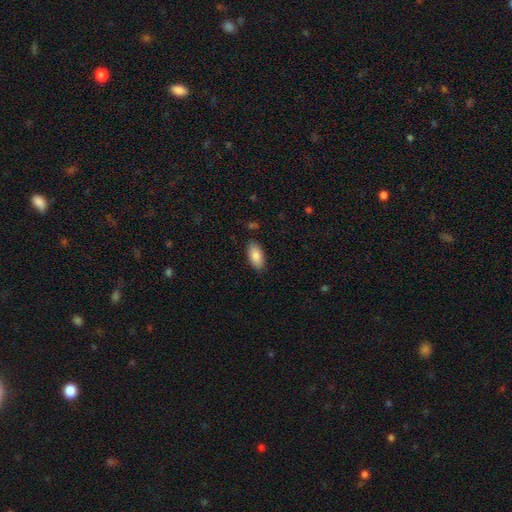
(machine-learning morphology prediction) This appears to be a smooth galaxy with no disk features (86%) that is in between round and cigar-shaped (92%). Merging: none (87%).